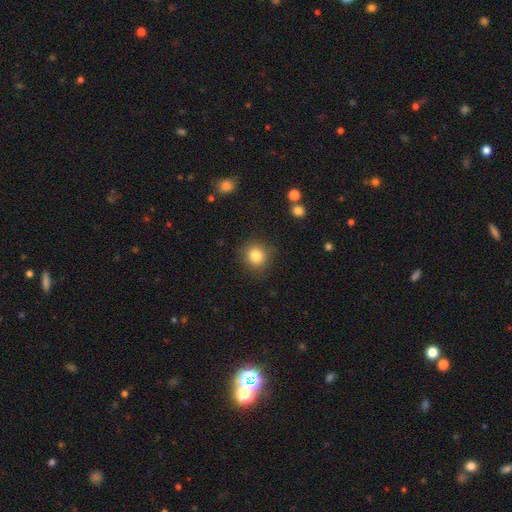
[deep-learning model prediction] The model was most divided on "smooth or featured": smooth: 84%, star or artifact: 10%, featured or disk: 6%. More confident: how rounded — round (90%); merging — none (86%).